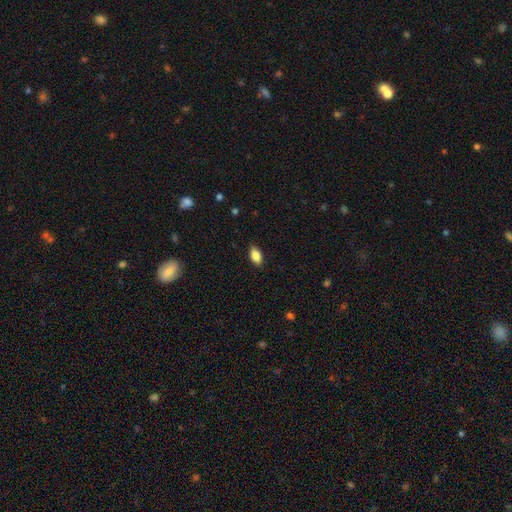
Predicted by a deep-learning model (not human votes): Morphology: type=smooth (86%); roundness=in between (91%); merging=none (87%).